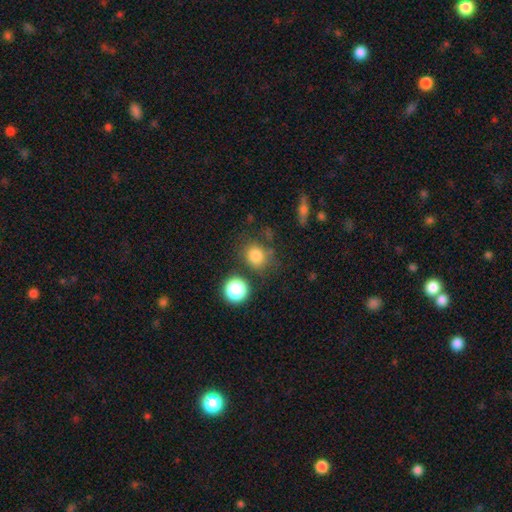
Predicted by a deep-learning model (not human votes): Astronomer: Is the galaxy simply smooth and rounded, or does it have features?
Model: smooth — 79%.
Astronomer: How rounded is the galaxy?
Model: round — 69%.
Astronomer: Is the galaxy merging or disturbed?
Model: none — 69%.